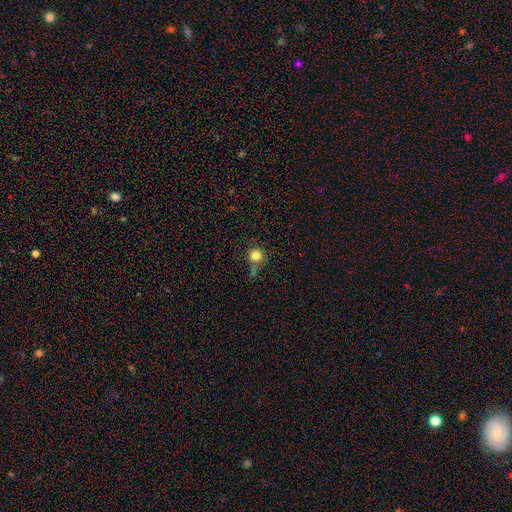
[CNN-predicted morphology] A smooth galaxy with no disk features (81%) that is round (91%). Merging: none (65%).